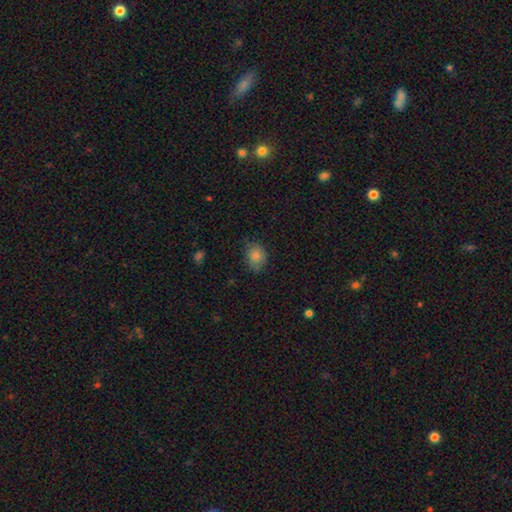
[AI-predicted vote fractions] smooth-or-featured: smooth: 83% | star or artifact: 9% | featured or disk: 8%
  how-rounded: in between: 55% | round: 44% | cigar-shaped: 1%
  merging: none: 68% | minor disturbance: 25% | major disturbance: 6% | merger: 1%